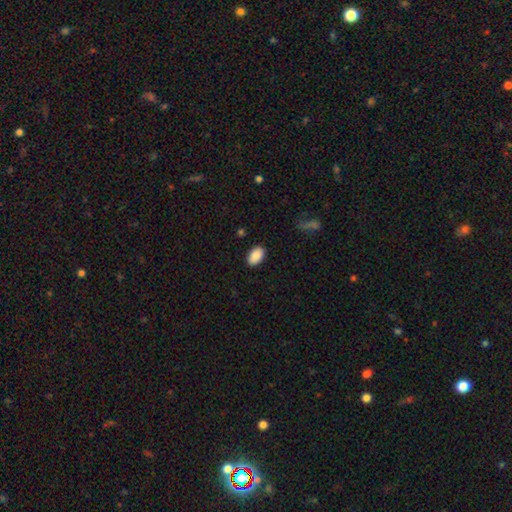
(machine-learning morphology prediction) smooth 90%, star or artifact 7%, featured or disk 3%. Down the decision tree: how rounded — in between (92%); merging — none (87%).